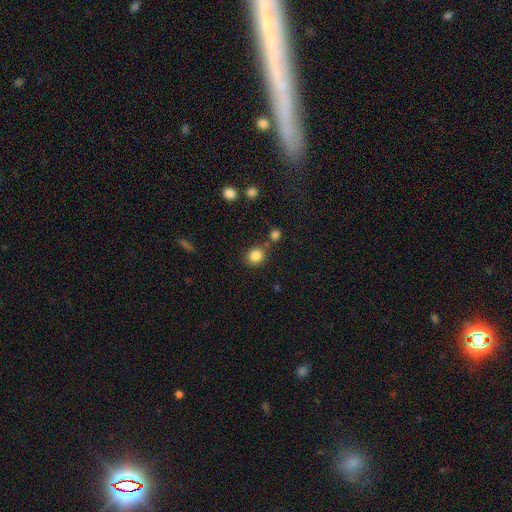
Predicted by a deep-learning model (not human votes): Smooth or featured: smooth — 85% (star or artifact — 10%)
How rounded: round — 81% (in between — 18%)
Merging: none — 75% (merger — 11%)